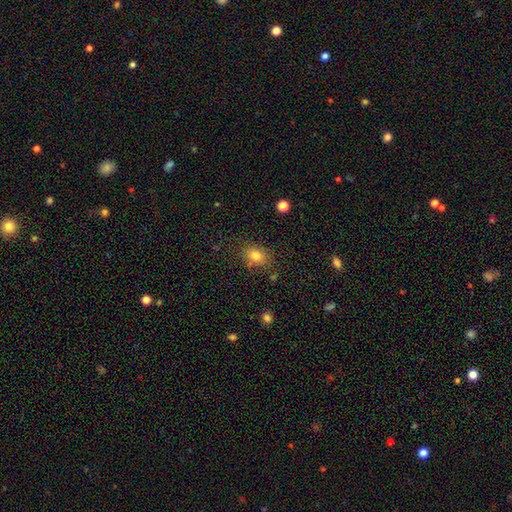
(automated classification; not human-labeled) smooth 80%, star or artifact 11%, featured or disk 8%. Down the decision tree: how rounded — in between (61%); merging — none (78%).